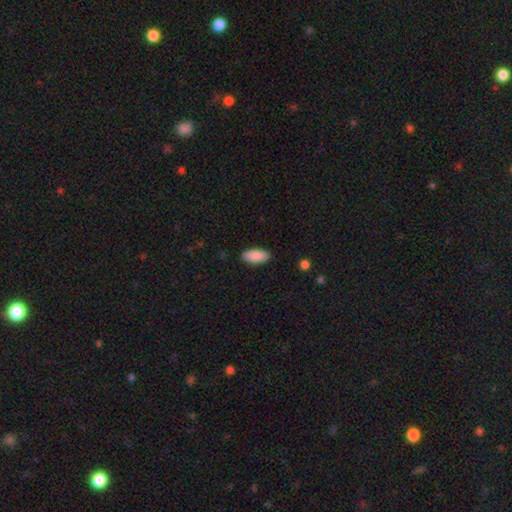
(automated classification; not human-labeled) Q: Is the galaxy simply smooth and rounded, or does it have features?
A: smooth — 89%.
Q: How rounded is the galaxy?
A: in between — 88%.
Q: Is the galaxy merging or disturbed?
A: none — 88%.